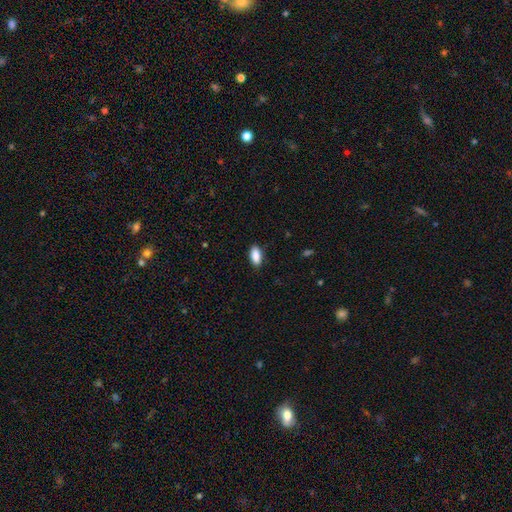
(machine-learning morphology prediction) This is clearly a smooth galaxy (90%). How rounded: clearly in between (90%). Merging: clearly none (86%).